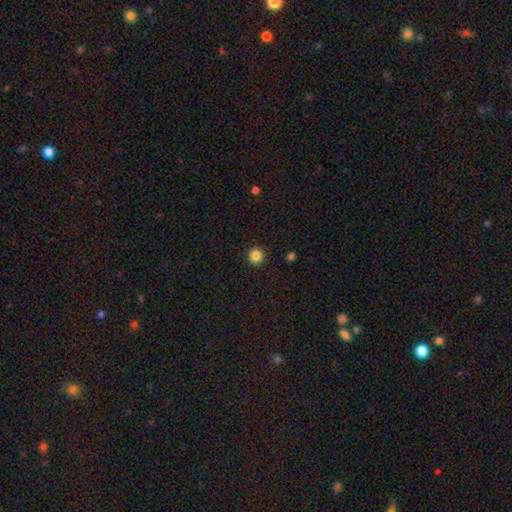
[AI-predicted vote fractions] Morphology: type=smooth (86%); roundness=round (96%); merging=none (92%).